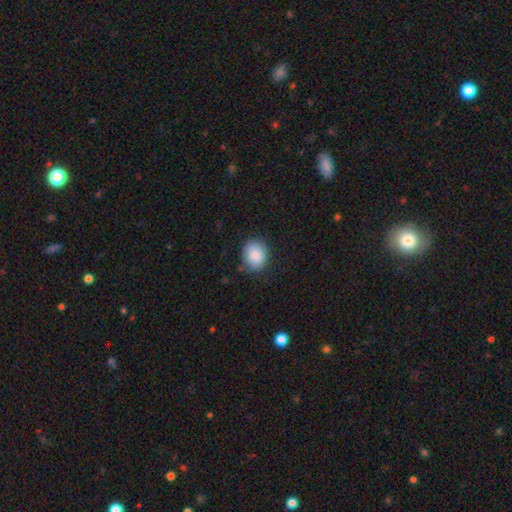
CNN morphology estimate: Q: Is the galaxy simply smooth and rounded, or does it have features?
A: smooth — 86%.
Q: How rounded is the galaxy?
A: round — 58%.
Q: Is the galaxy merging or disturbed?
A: none — 82%.